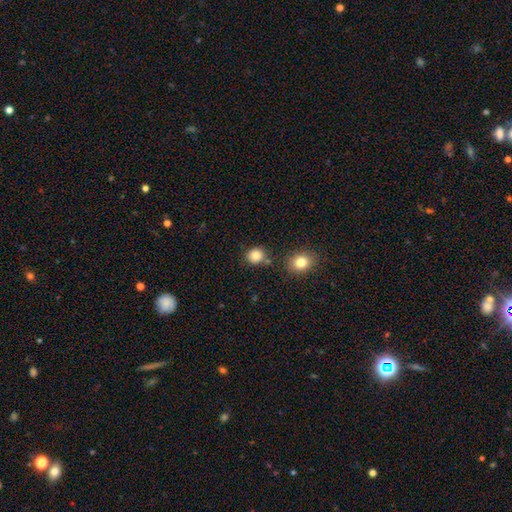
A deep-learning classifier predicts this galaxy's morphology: Smooth or featured? smooth (85%)
How rounded? round (77%)
Merging? none (76%)